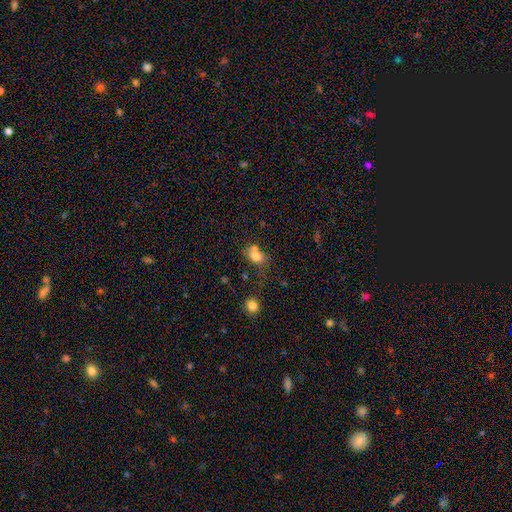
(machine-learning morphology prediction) Smooth or featured? Predicted: smooth (p=0.77). How rounded? Predicted: in between (p=0.53). Merging? Predicted: none (p=0.46).